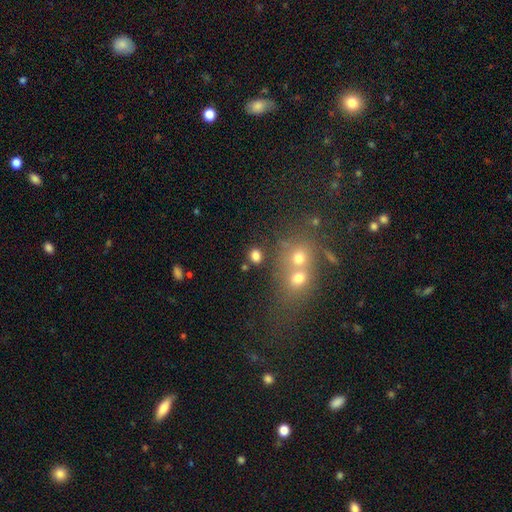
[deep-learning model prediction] Smooth or featured? Predicted: smooth (p=0.76). How rounded? Predicted: round (p=0.67). Merging? Predicted: none (p=0.71).